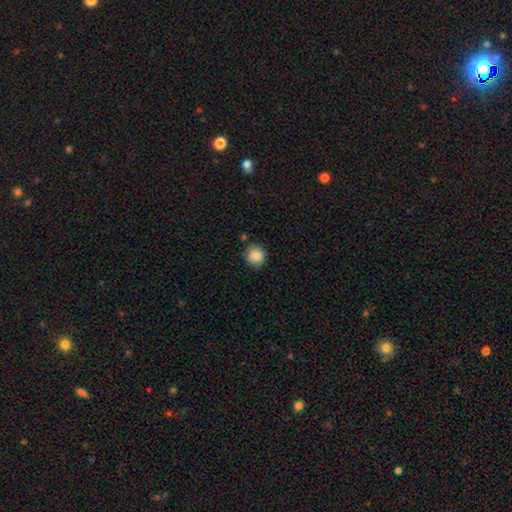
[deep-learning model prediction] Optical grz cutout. It shows a smooth galaxy with no disk features (87%) that is round (89%). Merging: none (78%).